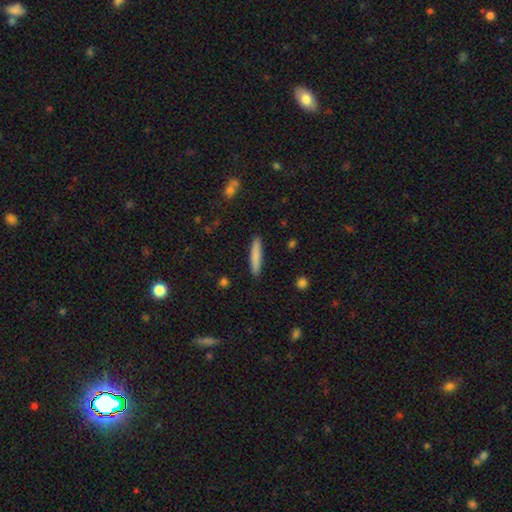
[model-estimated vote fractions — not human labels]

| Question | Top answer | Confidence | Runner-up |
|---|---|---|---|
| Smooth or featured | smooth | 81% | featured or disk (13%) |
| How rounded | cigar-shaped | 92% | in between (7%) |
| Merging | none | 90% | minor disturbance (7%) |